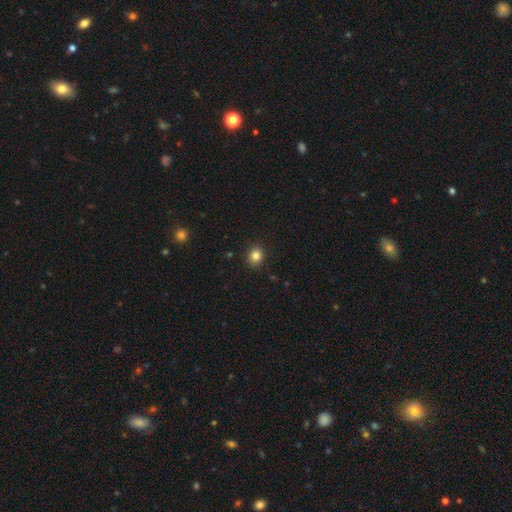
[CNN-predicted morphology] Smooth or featured?
  - smooth: 84% *
  - star or artifact: 11%
  - featured or disk: 5%
How rounded?
  - round: 71% *
  - in between: 28%
  - cigar-shaped: 1%
Merging?
  - none: 90% *
  - minor disturbance: 7%
  - major disturbance: 2%
  - merger: 1%